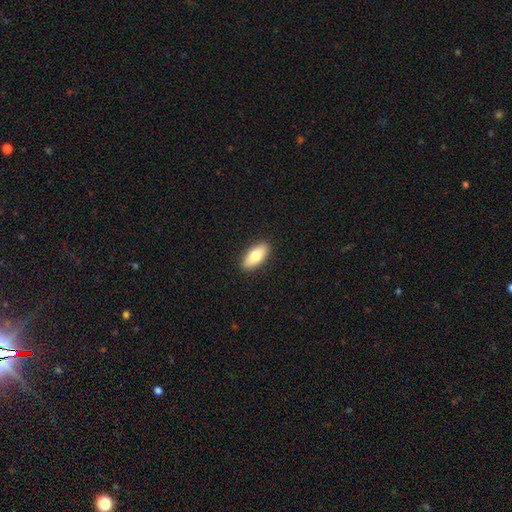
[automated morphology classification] Overall: smooth (76%). How rounded: in between (87%). Merging: none (90%).